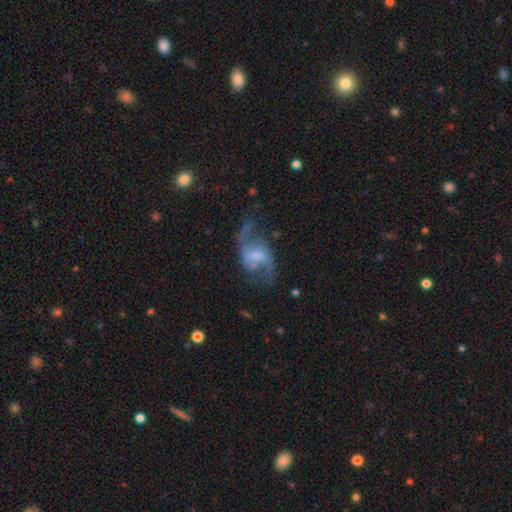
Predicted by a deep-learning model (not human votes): featured or disk 82%, smooth 11%, star or artifact 7%. Down the decision tree: edge-on disk — no (97%); bar — weak (50%); spiral arms — yes (94%); spiral arm count — 2 (91%); spiral winding — loose (72%); bulge size — none (31%); merging — none (58%).